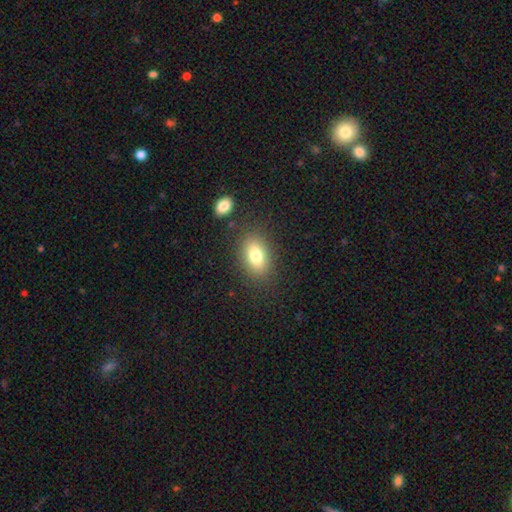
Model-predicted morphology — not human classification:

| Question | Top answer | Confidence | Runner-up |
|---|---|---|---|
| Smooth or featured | smooth | 78% | featured or disk (12%) |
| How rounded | in between | 85% | round (12%) |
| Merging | none | 82% | minor disturbance (11%) |